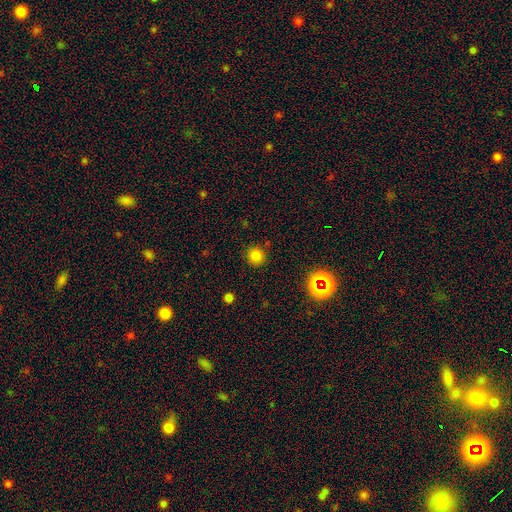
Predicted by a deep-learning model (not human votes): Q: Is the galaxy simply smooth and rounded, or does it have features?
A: smooth — 80%.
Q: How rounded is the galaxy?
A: round — 94%.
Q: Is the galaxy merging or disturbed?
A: none — 89%.